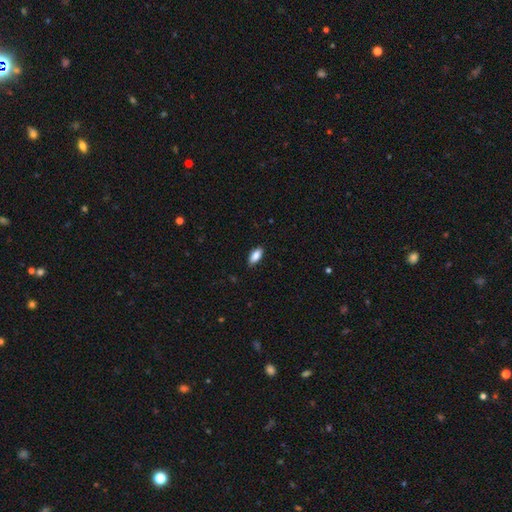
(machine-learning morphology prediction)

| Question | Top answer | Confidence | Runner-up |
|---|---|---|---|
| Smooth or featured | smooth | 87% | star or artifact (7%) |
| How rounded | in between | 89% | cigar-shaped (9%) |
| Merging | none | 87% | minor disturbance (10%) |